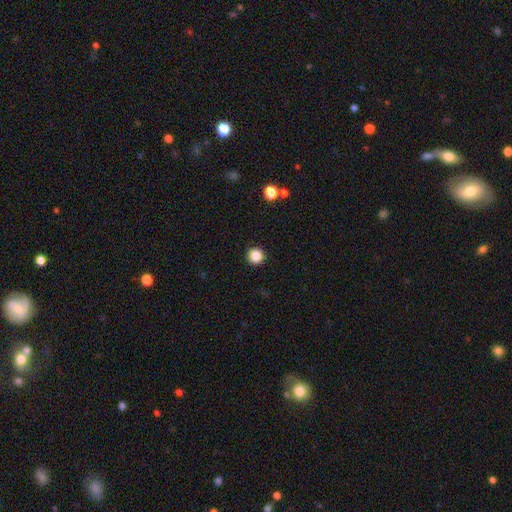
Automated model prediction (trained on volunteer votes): Smooth or featured? Predicted: smooth (p=0.85). How rounded? Predicted: round (p=0.96). Merging? Predicted: none (p=0.93).